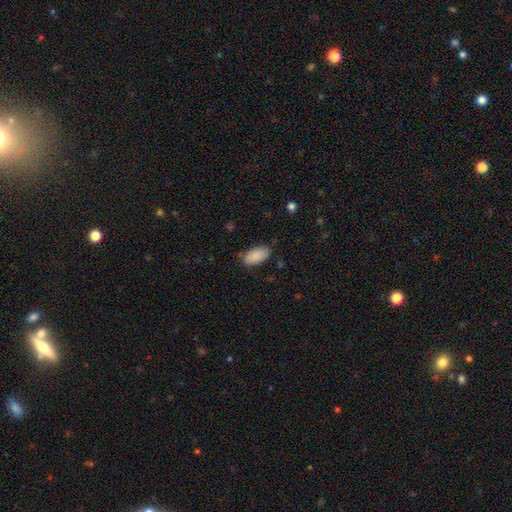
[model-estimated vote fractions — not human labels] Morphology: type=smooth (89%); roundness=in between (94%); merging=none (79%).